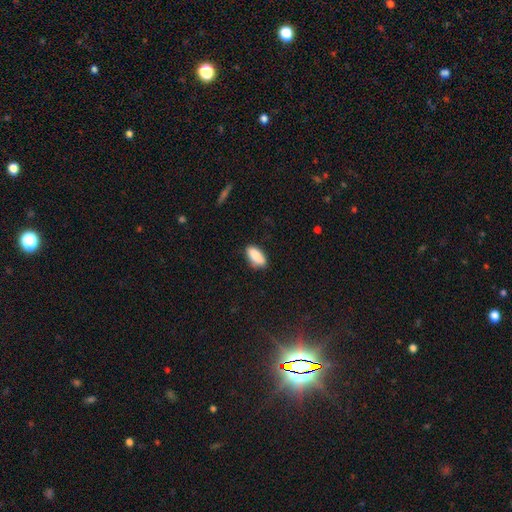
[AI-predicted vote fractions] The model was most divided on "merging": none: 80%, minor disturbance: 15%, major disturbance: 3%, merger: 2%. More confident: smooth or featured — smooth (87%); how rounded — in between (83%).